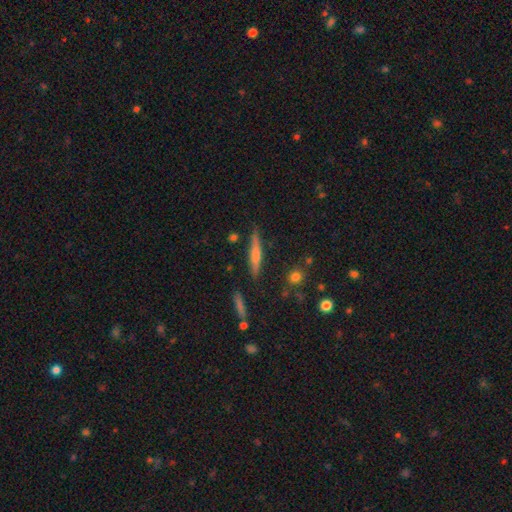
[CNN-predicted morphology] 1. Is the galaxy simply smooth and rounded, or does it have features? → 56% smooth, 37% featured or disk, 7% star or artifact.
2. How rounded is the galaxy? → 88% cigar-shaped, 9% in between, 2% round.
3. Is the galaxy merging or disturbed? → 81% none, 13% minor disturbance, 3% major disturbance, 3% merger.